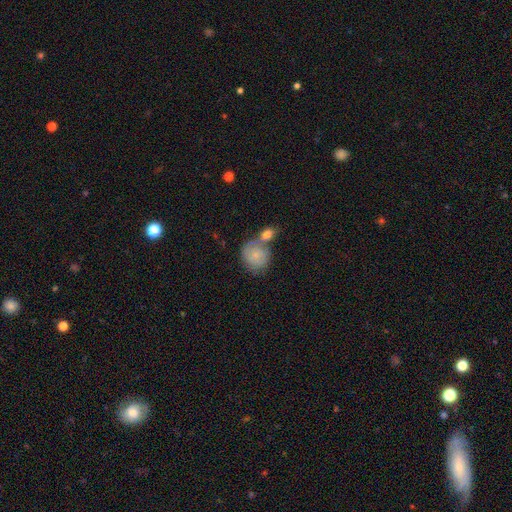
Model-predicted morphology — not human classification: A smooth galaxy with no disk features (67%) that is round (73%).

Vote fractions:
- Smooth or featured? smooth: 67% / featured or disk: 26% / star or artifact: 7%
- How rounded? round: 73% / in between: 26% / cigar-shaped: 1%
- Merging? merger: 42% / none: 35% / minor disturbance: 15% / major disturbance: 8%